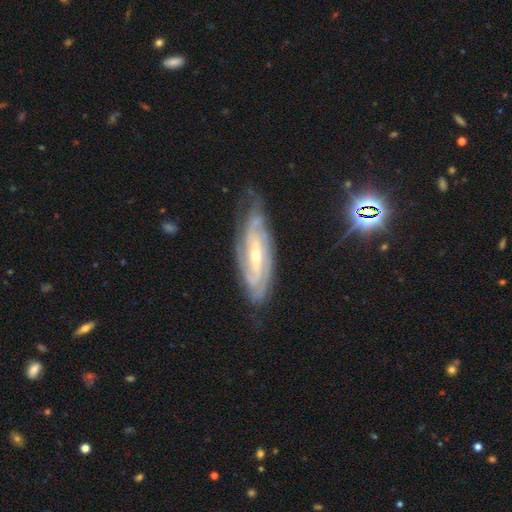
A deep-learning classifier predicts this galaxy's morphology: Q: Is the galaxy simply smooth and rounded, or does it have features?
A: featured or disk — 87%.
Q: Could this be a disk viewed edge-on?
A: no — 87%.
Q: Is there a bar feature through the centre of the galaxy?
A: weak — 37%.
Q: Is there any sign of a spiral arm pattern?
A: yes — 96%.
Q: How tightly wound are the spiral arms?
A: tight — 69%.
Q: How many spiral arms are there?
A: can't tell — 32%.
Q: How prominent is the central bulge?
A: small — 63%.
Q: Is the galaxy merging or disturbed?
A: none — 71%.